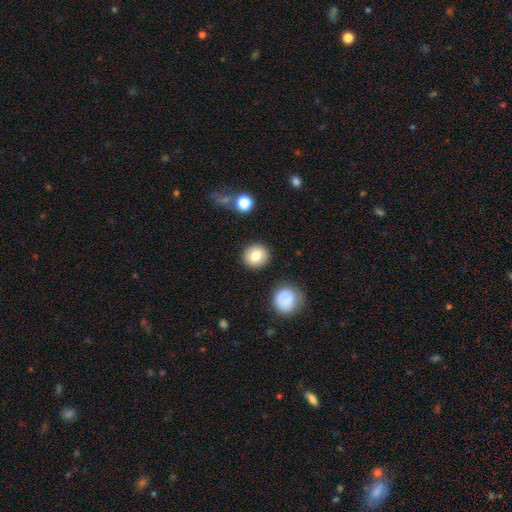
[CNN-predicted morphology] The model was most divided on "smooth or featured": smooth: 81%, featured or disk: 9%, star or artifact: 9%. More confident: merging — none (89%); how rounded — round (88%).